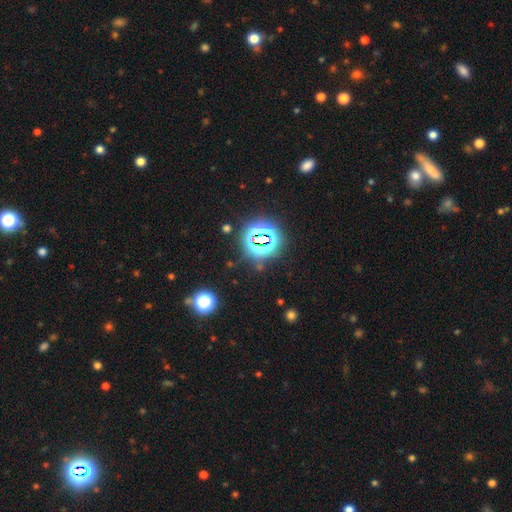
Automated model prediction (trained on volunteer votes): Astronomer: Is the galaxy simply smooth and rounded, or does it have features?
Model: star or artifact — 80%.